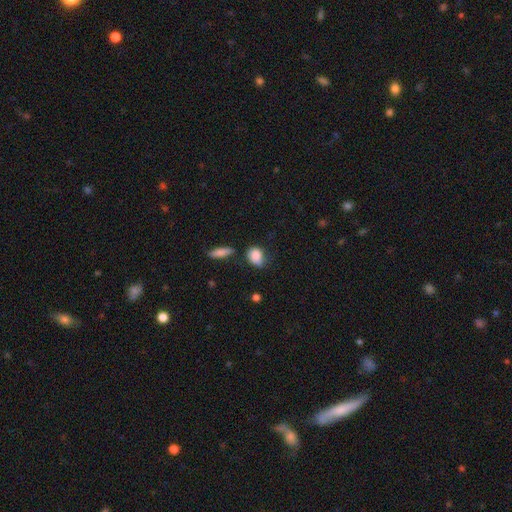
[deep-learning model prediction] Morphology: type=smooth (84%); roundness=in between (61%); merging=none (49%).